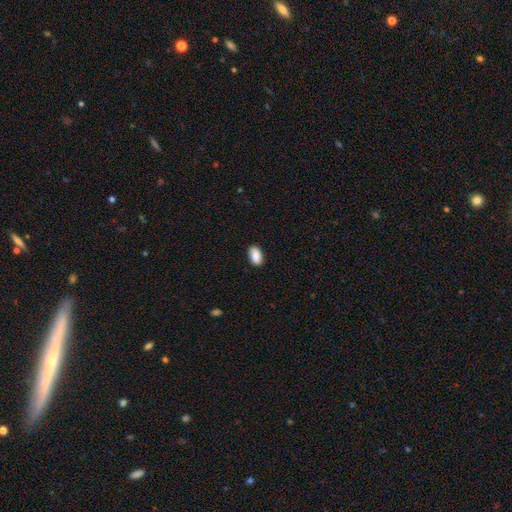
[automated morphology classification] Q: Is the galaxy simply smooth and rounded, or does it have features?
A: smooth — 88%.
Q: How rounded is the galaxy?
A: in between — 93%.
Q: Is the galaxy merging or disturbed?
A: none — 88%.